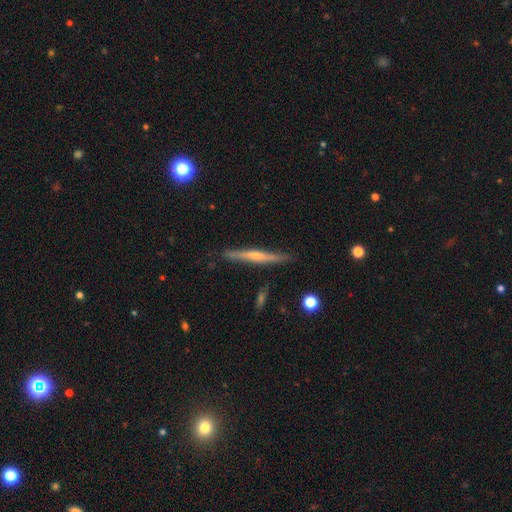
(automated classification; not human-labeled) The model was most divided on "edge-on bulge": rounded: 59%, none: 33%, boxy: 8%. More confident: edge-on disk — yes (96%); merging — none (84%); smooth or featured — featured or disk (64%).